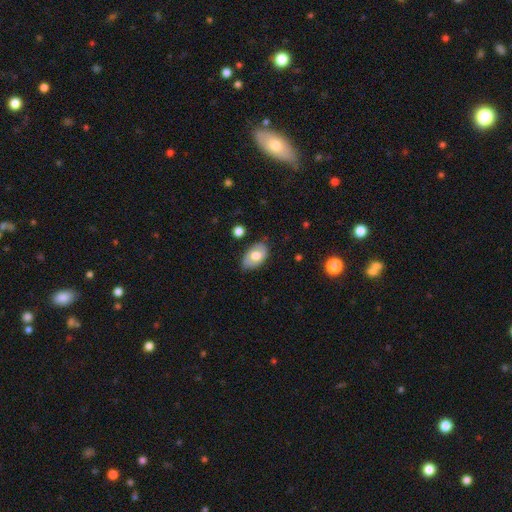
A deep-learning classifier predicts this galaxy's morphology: Smooth or featured? Predicted: smooth (p=0.67). How rounded? Predicted: in between (p=0.91). Merging? Predicted: none (p=0.75).